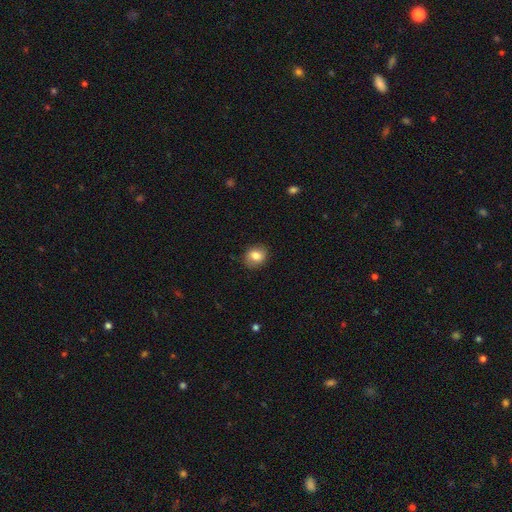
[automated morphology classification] The model was most divided on "how rounded": round: 70%, in between: 29%, cigar-shaped: 1%. More confident: merging — none (85%); smooth or featured — smooth (80%).